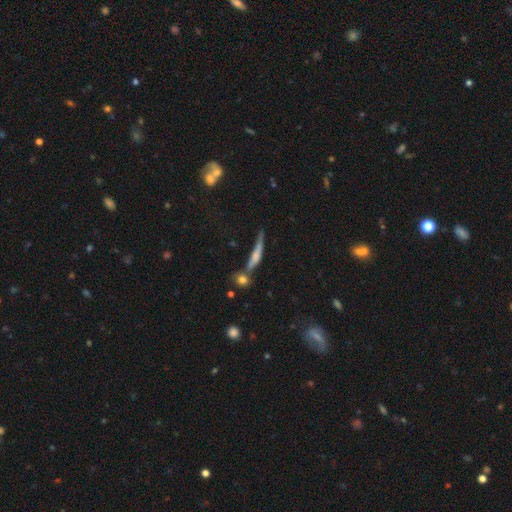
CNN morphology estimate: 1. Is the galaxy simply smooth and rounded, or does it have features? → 47% featured or disk, 43% smooth, 10% star or artifact.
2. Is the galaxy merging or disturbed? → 52% none, 20% minor disturbance, 20% merger, 9% major disturbance.